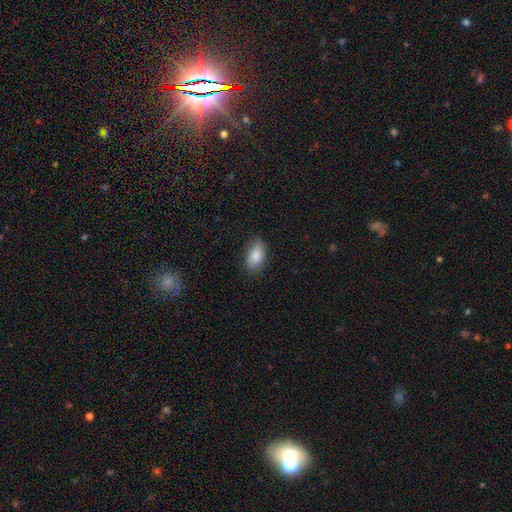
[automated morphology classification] A smooth galaxy with no disk features (84%) that is in between round and cigar-shaped (92%). Merging: none (78%).